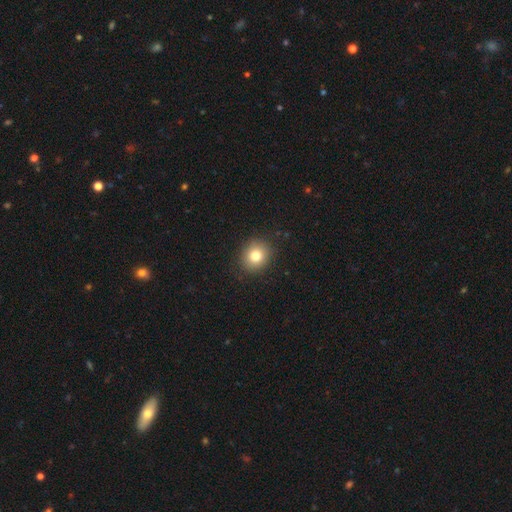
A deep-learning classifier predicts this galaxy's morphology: A smooth galaxy with no disk features (80%) that is round (74%). Merging: none (89%).